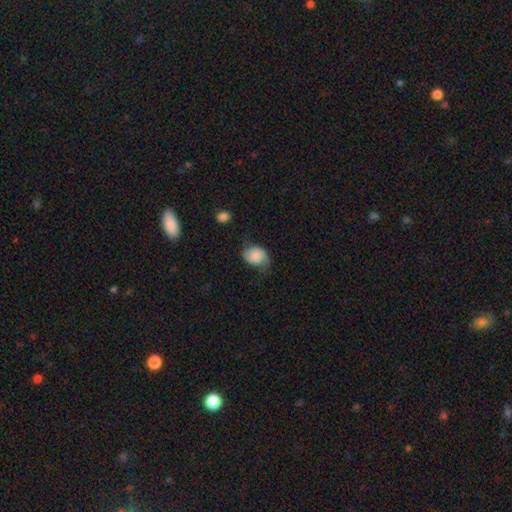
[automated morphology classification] Q: Smooth or featured?
A: smooth (75%); runner-up: featured or disk (17%)
Q: How rounded?
A: in between (53%); runner-up: round (46%)
Q: Merging?
A: none (49%); runner-up: minor disturbance (34%)